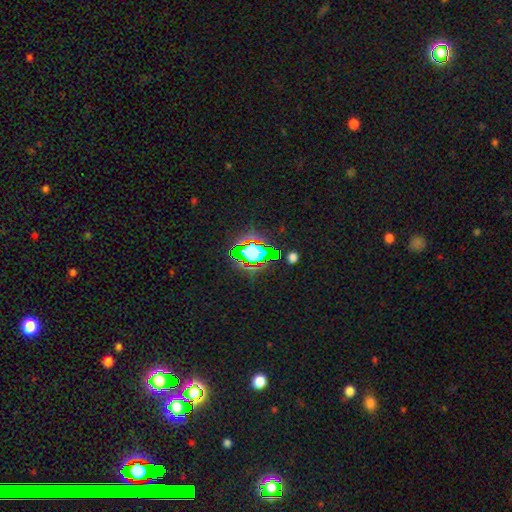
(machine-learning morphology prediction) type=star or artifact (54%).